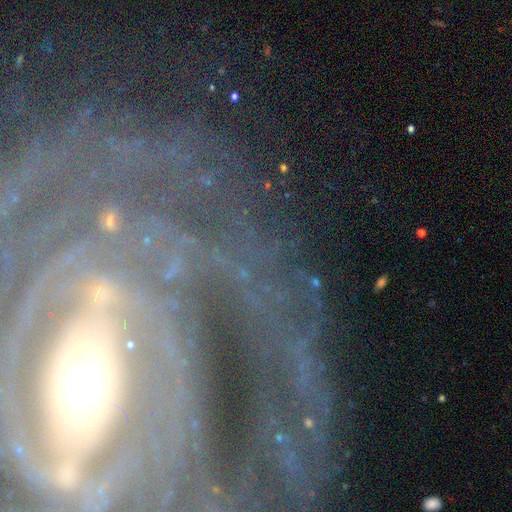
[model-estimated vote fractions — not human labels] This appears to be a featured or disk galaxy (72%) with no bar (38%), tight (70%) spiral arms (89%) and a small central bulge (50%). Merging: none (70%).